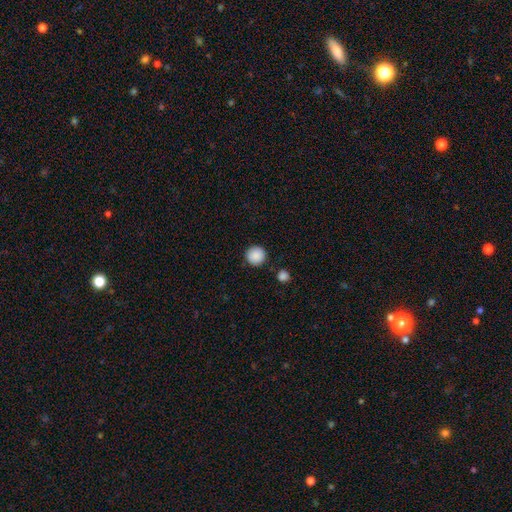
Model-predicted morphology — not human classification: A smooth galaxy with no disk features (89%) that is round (95%). Merging: none (89%).